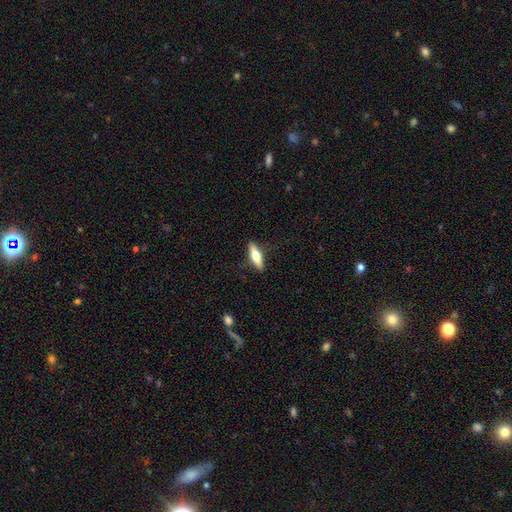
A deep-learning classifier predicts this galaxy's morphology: The model was most divided on "smooth or featured": smooth: 50%, featured or disk: 44%, star or artifact: 6%. More confident: merging — none (88%).